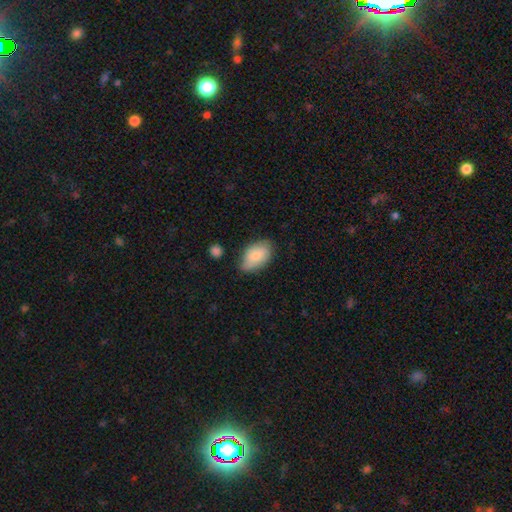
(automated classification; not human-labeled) smooth-or-featured: smooth: 78% | featured or disk: 15% | star or artifact: 6%
  how-rounded: in between: 92% | round: 6% | cigar-shaped: 2%
  merging: none: 66% | minor disturbance: 26% | major disturbance: 5% | merger: 3%